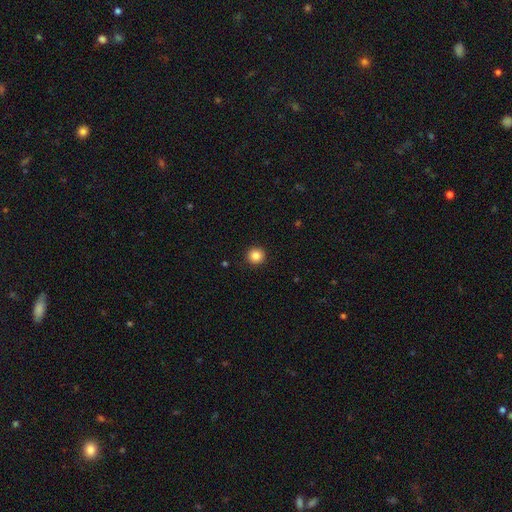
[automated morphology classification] smooth_or_featured: smooth (p=0.85) [alt: star or artifact p=0.10]
how_rounded: round (p=0.95) [alt: in between p=0.04]
merging: none (p=0.93) [alt: minor disturbance p=0.05]